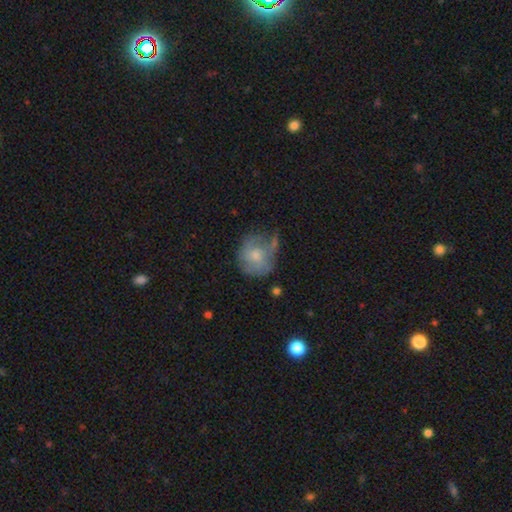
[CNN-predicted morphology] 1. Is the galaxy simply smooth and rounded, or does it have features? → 50% smooth, 42% featured or disk, 7% star or artifact.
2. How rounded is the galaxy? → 80% round, 19% in between, 1% cigar-shaped.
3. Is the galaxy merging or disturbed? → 46% none, 30% minor disturbance, 19% major disturbance, 5% merger.